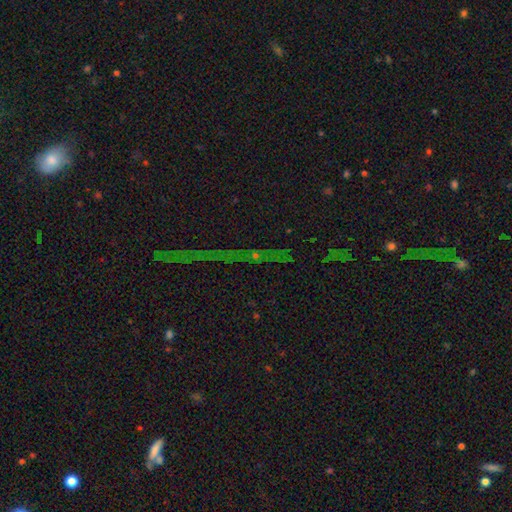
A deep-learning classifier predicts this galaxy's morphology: Smooth or featured?
  - star or artifact: 77% *
  - featured or disk: 13%
  - smooth: 10%